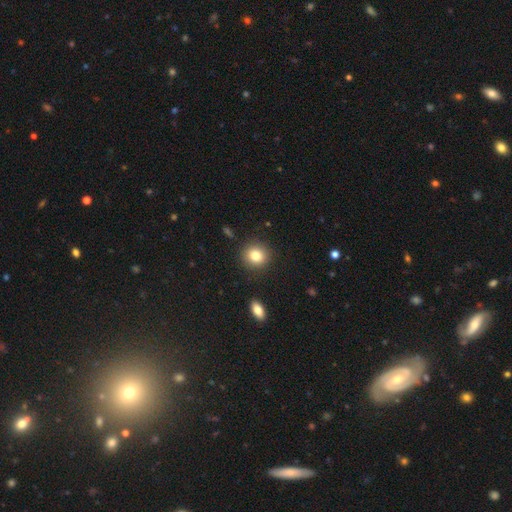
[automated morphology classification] Smooth or featured?
  - smooth: 82% *
  - star or artifact: 10%
  - featured or disk: 8%
How rounded?
  - round: 82% *
  - in between: 17%
  - cigar-shaped: 1%
Merging?
  - none: 89% *
  - minor disturbance: 7%
  - major disturbance: 2%
  - merger: 2%